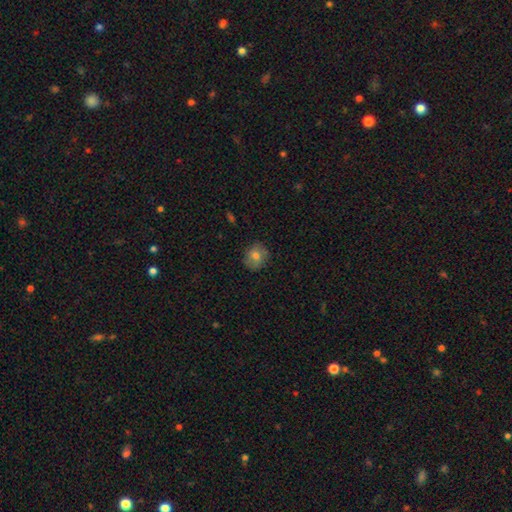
A smooth galaxy with no disk features (81%) that is round (87%). Merging: none (78%).